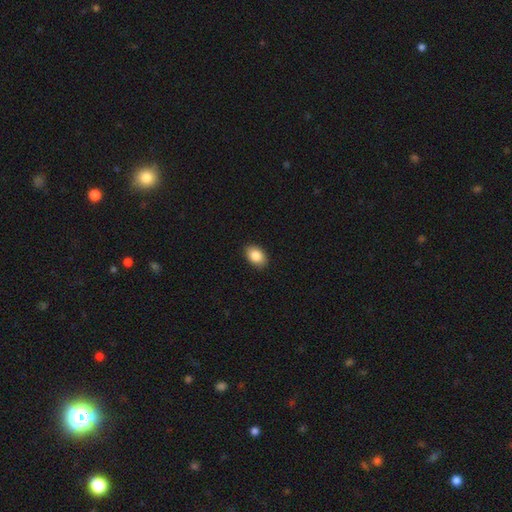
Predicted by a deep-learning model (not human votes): Smooth or featured: smooth — 86% (star or artifact — 7%)
How rounded: in between — 87% (round — 12%)
Merging: none — 89% (minor disturbance — 8%)